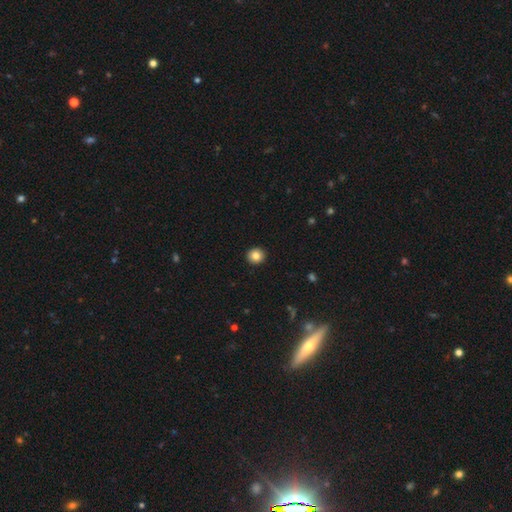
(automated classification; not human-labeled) Smooth or featured: smooth — 84% (star or artifact — 10%)
How rounded: round — 91% (in between — 8%)
Merging: none — 93% (minor disturbance — 4%)